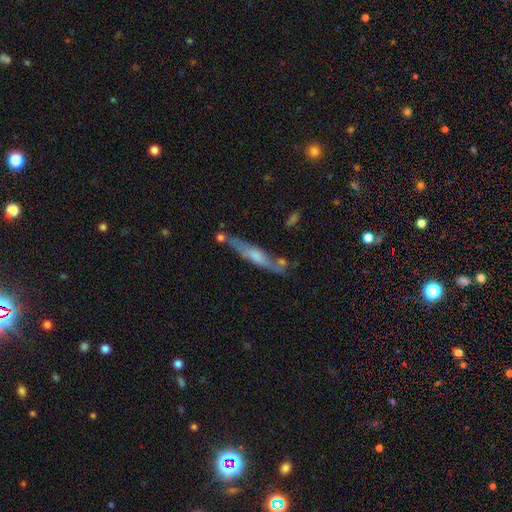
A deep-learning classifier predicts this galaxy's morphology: This is possibly a featured or disk galaxy (54%). It is clearly viewed edge-on (82%). Merging: likely none (62%).